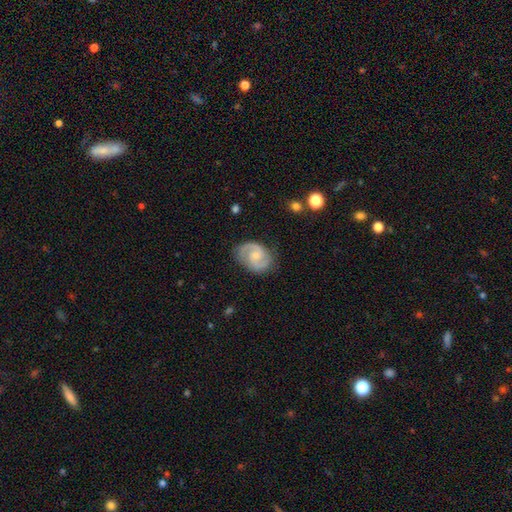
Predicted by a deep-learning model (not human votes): Morphology: type=featured or disk (85%); edge-on=no (98%); bar=no (55%); spiral arms=yes (97%); winding=medium (54%); arm count=2 (91%); bulge=small (51%); merging=none (81%).